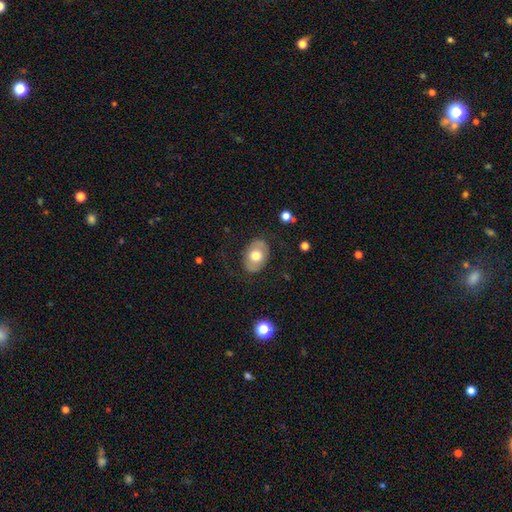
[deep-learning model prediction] Smooth or featured? smooth (58%)
How rounded? in between (73%)
Merging? none (78%)